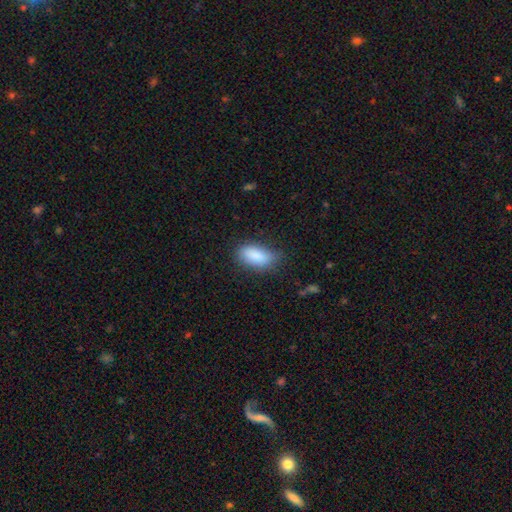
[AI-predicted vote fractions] smooth_or_featured: smooth (p=0.87) [alt: star or artifact p=0.07]
how_rounded: in between (p=0.90) [alt: cigar-shaped p=0.07]
merging: none (p=0.71) [alt: minor disturbance p=0.22]